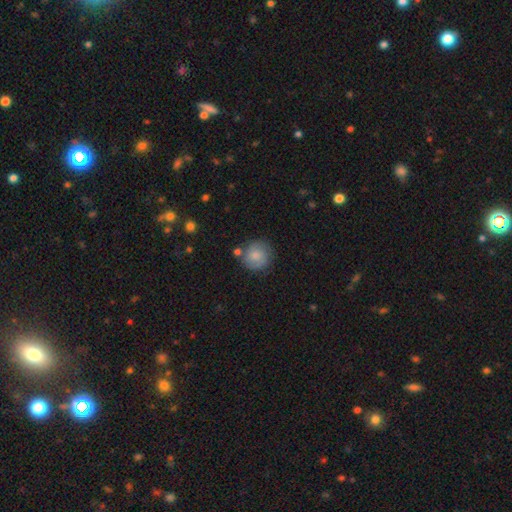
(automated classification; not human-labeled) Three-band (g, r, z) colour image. It shows a smooth galaxy with no disk features (74%) that is round (90%). Merging: none (73%).